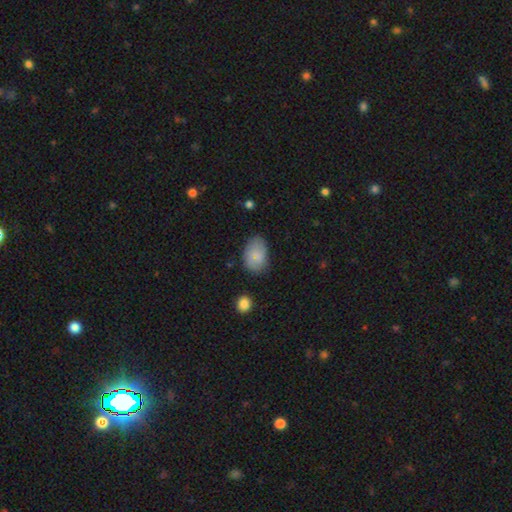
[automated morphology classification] smooth_or_featured: smooth (p=0.76) [alt: featured or disk p=0.15]
how_rounded: in between (p=0.87) [alt: round p=0.12]
merging: none (p=0.74) [alt: minor disturbance p=0.19]